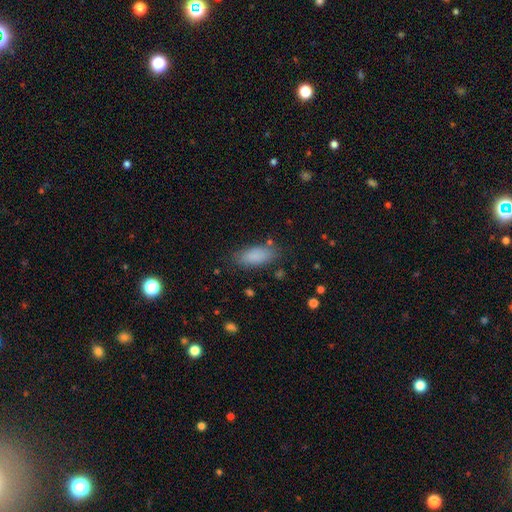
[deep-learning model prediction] Smooth or featured? Predicted: smooth (p=0.87). How rounded? Predicted: in between (p=0.87). Merging? Predicted: none (p=0.79).